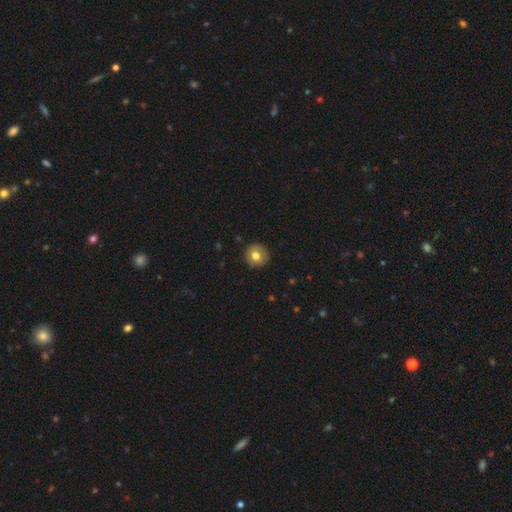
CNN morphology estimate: Q: Smooth or featured?
A: smooth (75%); runner-up: featured or disk (17%)
Q: How rounded?
A: round (93%); runner-up: in between (6%)
Q: Merging?
A: none (89%); runner-up: minor disturbance (8%)